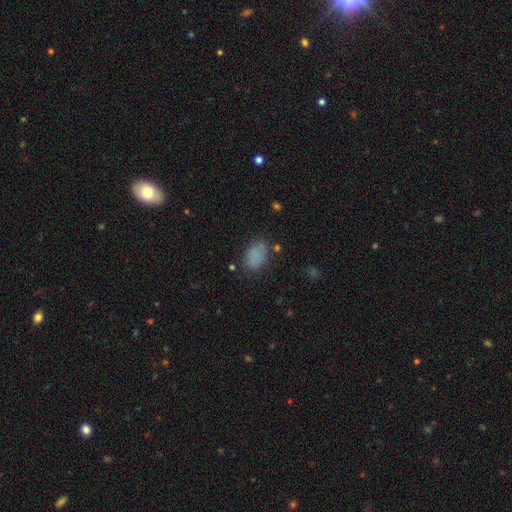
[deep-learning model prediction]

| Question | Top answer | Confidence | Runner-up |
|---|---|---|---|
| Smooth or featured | smooth | 80% | star or artifact (12%) |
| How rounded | in between | 83% | round (15%) |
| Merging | none | 66% | minor disturbance (21%) |